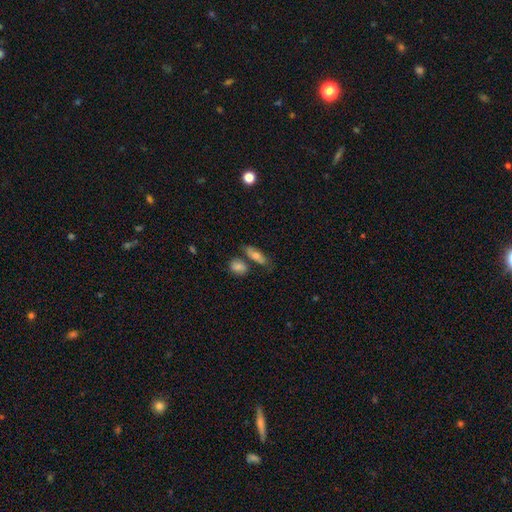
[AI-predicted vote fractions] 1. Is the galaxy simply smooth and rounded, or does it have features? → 63% smooth, 26% featured or disk, 12% star or artifact.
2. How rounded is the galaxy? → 57% in between, 35% cigar-shaped, 7% round.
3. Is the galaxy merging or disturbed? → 61% none, 18% merger, 15% minor disturbance, 6% major disturbance.